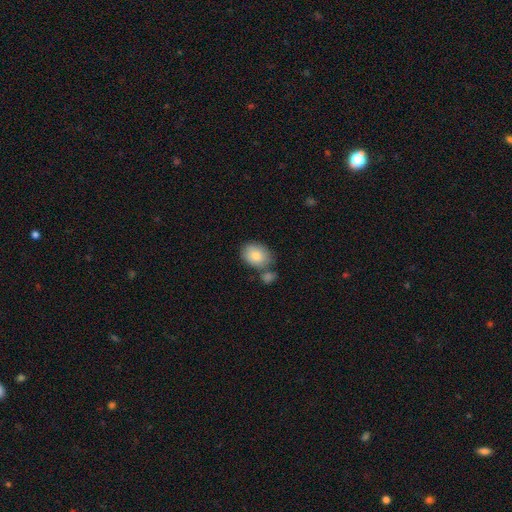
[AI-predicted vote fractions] Q: Smooth or featured?
A: smooth (83%); runner-up: featured or disk (10%)
Q: How rounded?
A: in between (67%); runner-up: round (32%)
Q: Merging?
A: none (59%); runner-up: merger (22%)